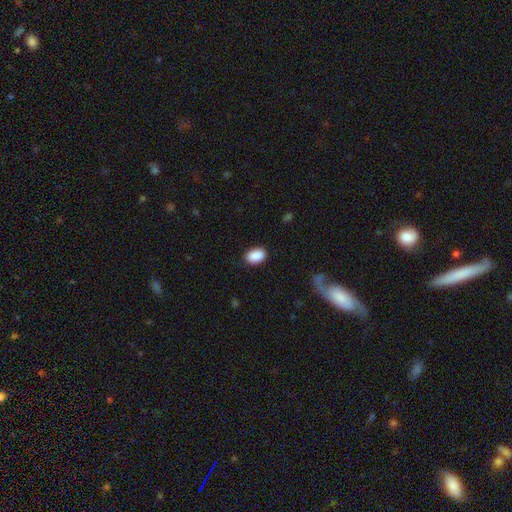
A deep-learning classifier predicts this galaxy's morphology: Overall: smooth (90%). How rounded: in between (89%). Merging: none (85%).